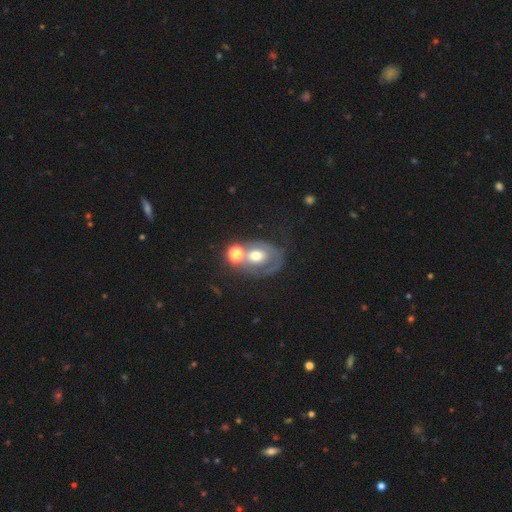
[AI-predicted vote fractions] smooth_or_featured: featured or disk (p=0.48) [alt: smooth p=0.38]
merging: none (p=0.39) [alt: merger p=0.29]